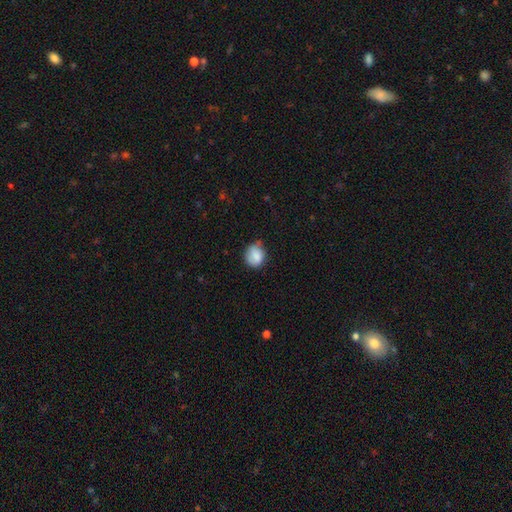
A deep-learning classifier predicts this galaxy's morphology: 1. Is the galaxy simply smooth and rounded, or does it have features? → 82% smooth, 10% featured or disk, 8% star or artifact.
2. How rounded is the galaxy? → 67% round, 32% in between, 1% cigar-shaped.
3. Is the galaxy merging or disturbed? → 58% none, 33% minor disturbance, 7% major disturbance, 2% merger.